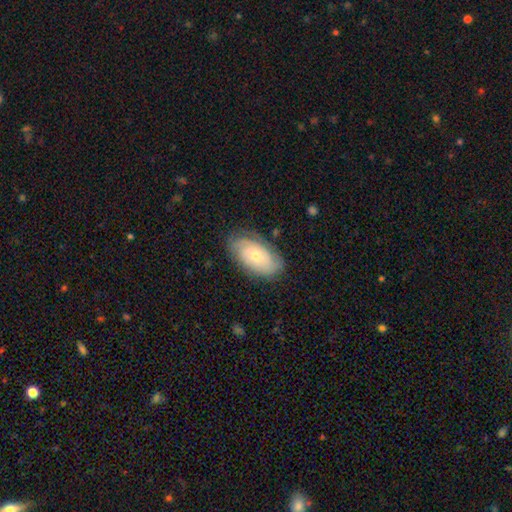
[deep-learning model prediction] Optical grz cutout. It shows a featured or disk galaxy (49%). Merging: none (78%).